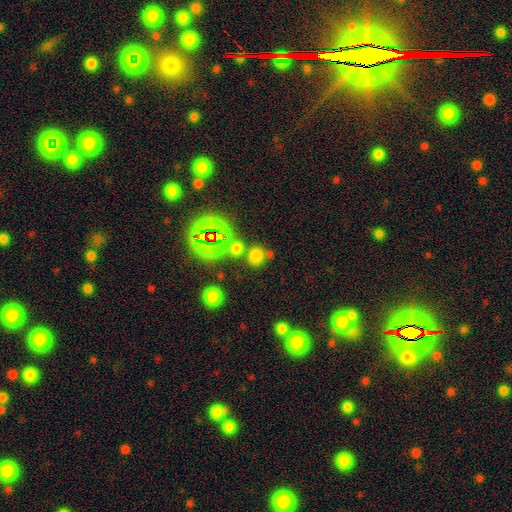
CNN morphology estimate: smooth_or_featured: smooth (p=0.64) [alt: star or artifact p=0.30]
how_rounded: round (p=0.71) [alt: in between p=0.27]
merging: none (p=0.70) [alt: merger p=0.15]